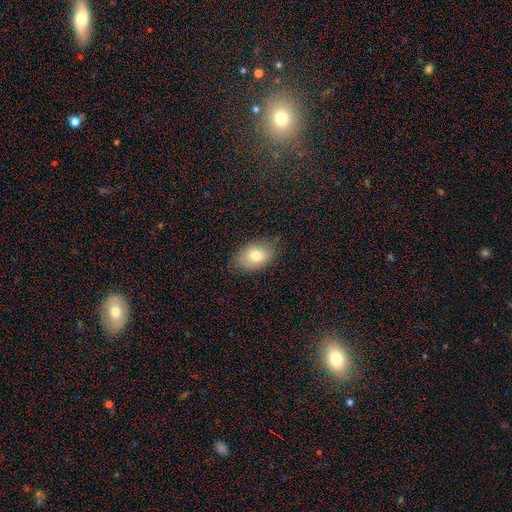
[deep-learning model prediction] Smooth or featured?
  - smooth: 76% *
  - featured or disk: 15%
  - star or artifact: 9%
How rounded?
  - in between: 83% *
  - round: 16%
  - cigar-shaped: 1%
Merging?
  - none: 78% *
  - minor disturbance: 18%
  - major disturbance: 4%
  - merger: 1%